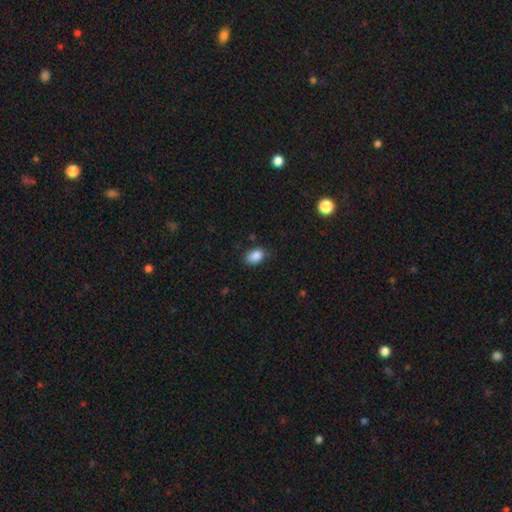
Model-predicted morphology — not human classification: smooth 88%, star or artifact 8%, featured or disk 4%. Down the decision tree: how rounded — in between (85%); merging — none (79%).